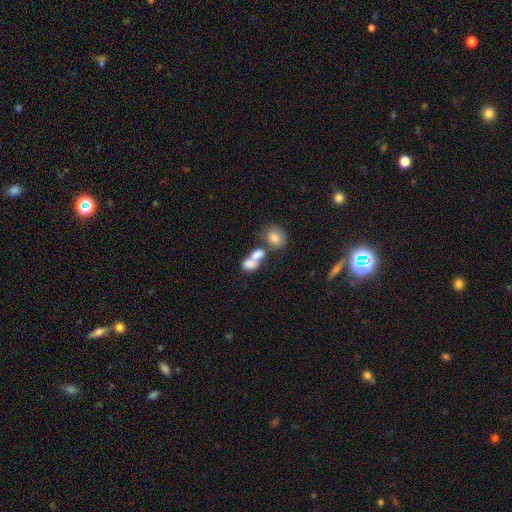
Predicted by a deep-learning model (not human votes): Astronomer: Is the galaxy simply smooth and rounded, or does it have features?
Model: smooth — 73%.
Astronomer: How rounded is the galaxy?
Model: in between — 65%.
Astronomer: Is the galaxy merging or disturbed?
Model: merger — 67%.